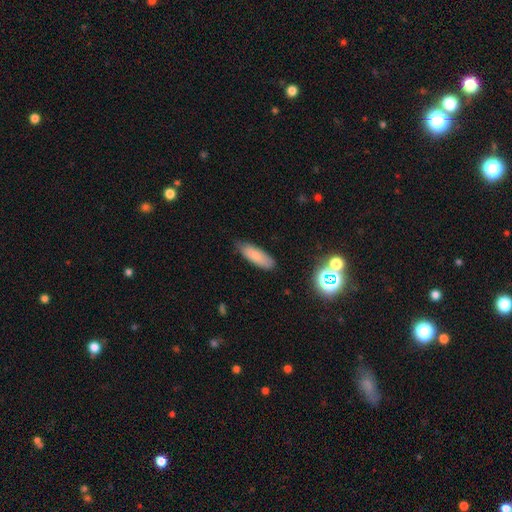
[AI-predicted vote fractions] This is clearly a smooth galaxy (81%). How rounded: possibly in between (56%). Merging: likely none (78%).